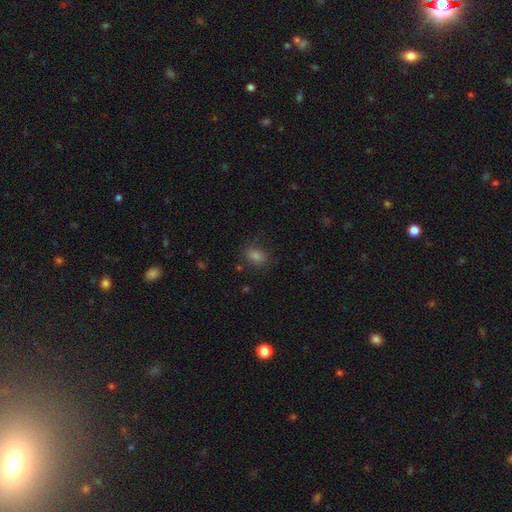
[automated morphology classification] This appears to be a smooth galaxy with no disk features (76%) that is in between round and cigar-shaped (70%). Merging: none (83%).